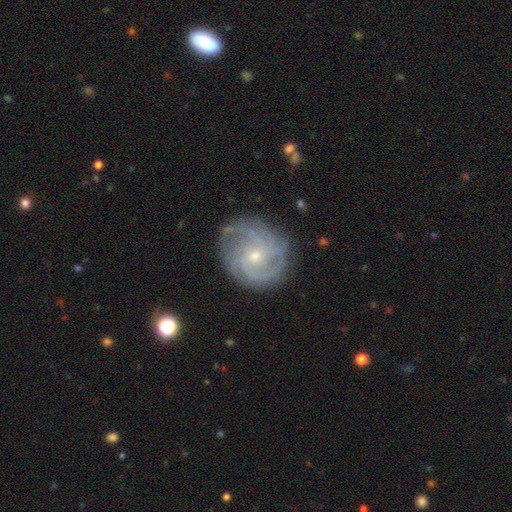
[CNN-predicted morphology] A featured or disk galaxy (84%) with no bar (67%), 3 (29%) tight (58%) spiral arms (96%) and a small central bulge (67%).

Vote fractions:
- Smooth or featured? featured or disk: 84% / smooth: 9% / star or artifact: 6%
- Edge-on disk? no: 98% / yes: 2%
- Bar? no: 67% / weak: 29% / strong: 4%
- Spiral arms? yes: 96% / no: 4%
- Spiral winding? tight: 58% / medium: 34% / loose: 8%
- Spiral arm count? 3: 29% / can't tell: 24% / 4: 19% / 2: 15% / more than 4: 7% / 1: 6%
- Bulge size? small: 67% / moderate: 30% / none: 2% / large: 1% / dominant: 1%
- Merging? none: 79% / minor disturbance: 15% / major disturbance: 5% / merger: 1%